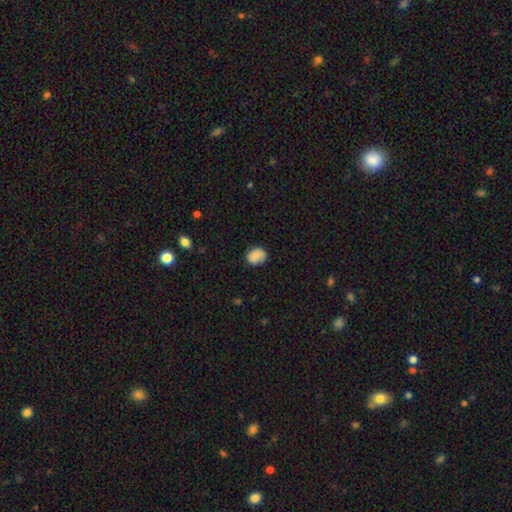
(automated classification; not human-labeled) smooth 85%, star or artifact 8%, featured or disk 6%. Down the decision tree: how rounded — round (55%); merging — none (78%).